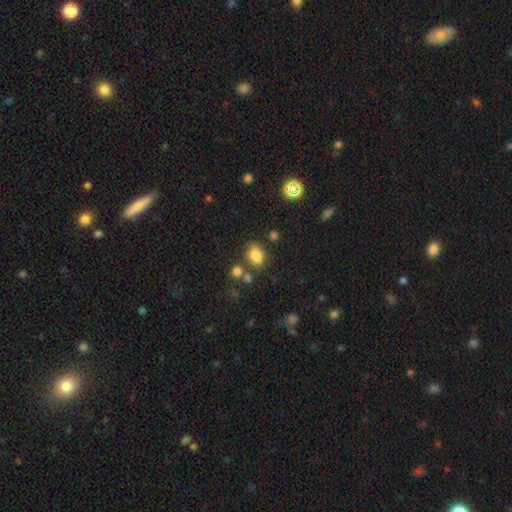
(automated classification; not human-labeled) Smooth or featured? Predicted: smooth (p=0.81). How rounded? Predicted: in between (p=0.72). Merging? Predicted: none (p=0.66).